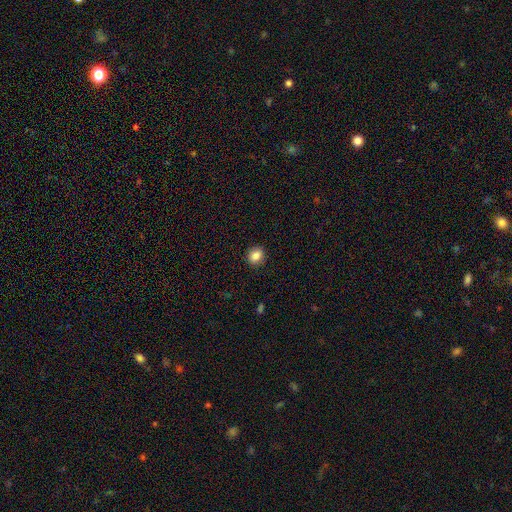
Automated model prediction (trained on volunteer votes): Smooth or featured? smooth (86%)
How rounded? round (68%)
Merging? none (90%)